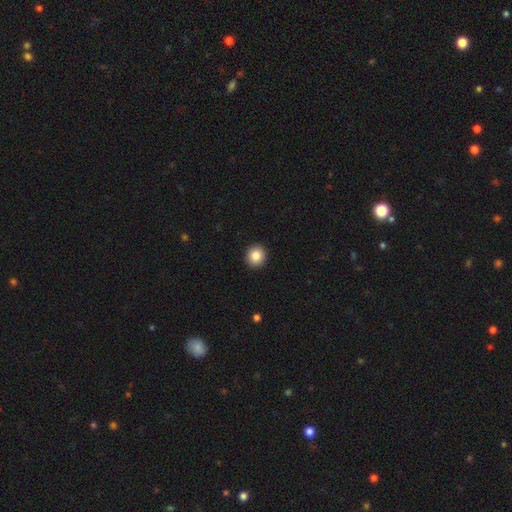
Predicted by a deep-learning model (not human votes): Q: Smooth or featured?
A: smooth (86%); runner-up: star or artifact (9%)
Q: How rounded?
A: round (90%); runner-up: in between (9%)
Q: Merging?
A: none (93%); runner-up: minor disturbance (5%)